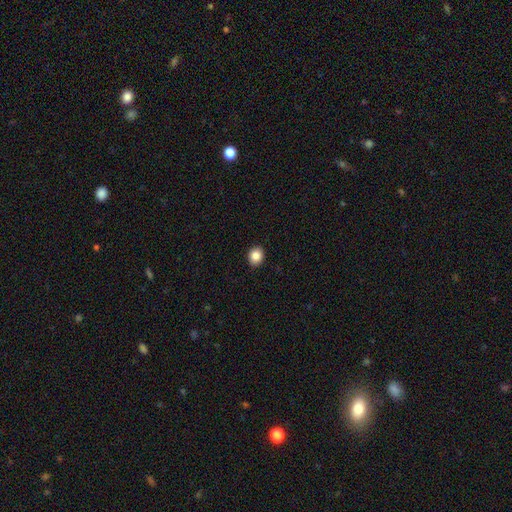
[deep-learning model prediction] smooth-or-featured: smooth: 87% | star or artifact: 9% | featured or disk: 4%
  how-rounded: round: 63% | in between: 36% | cigar-shaped: 1%
  merging: none: 91% | minor disturbance: 6% | major disturbance: 2% | merger: 1%